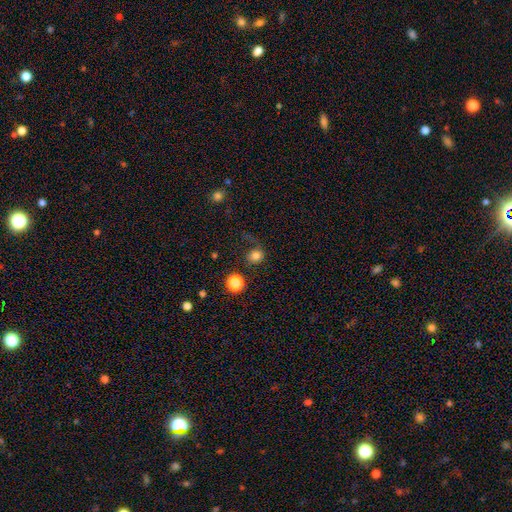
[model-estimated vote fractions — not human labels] smooth_or_featured: smooth (p=0.79) [alt: star or artifact p=0.13]
how_rounded: round (p=0.81) [alt: in between p=0.18]
merging: none (p=0.64) [alt: minor disturbance p=0.17]